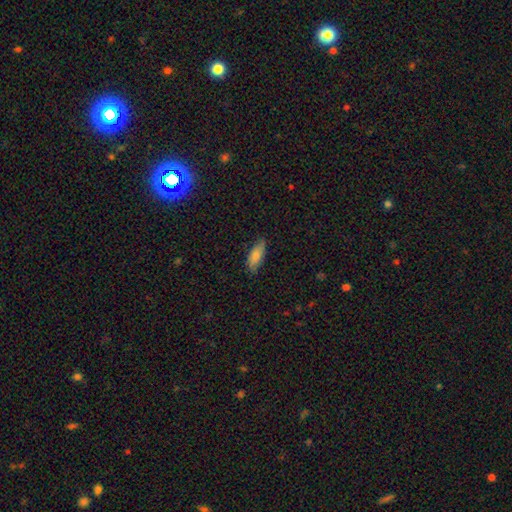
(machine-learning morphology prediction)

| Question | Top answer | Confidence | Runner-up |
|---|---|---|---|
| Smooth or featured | smooth | 83% | featured or disk (11%) |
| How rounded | in between | 79% | cigar-shaped (19%) |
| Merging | none | 76% | minor disturbance (20%) |